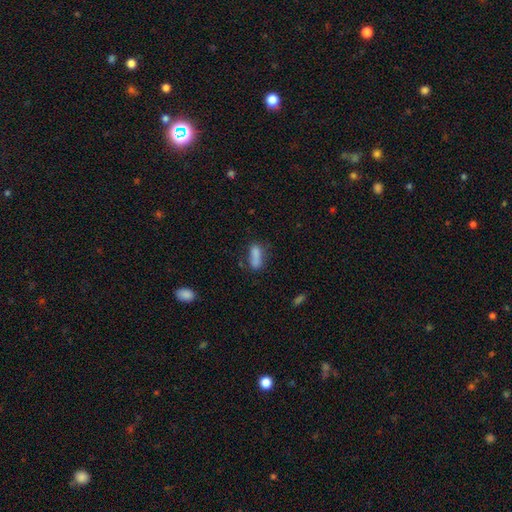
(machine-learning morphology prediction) smooth 78%, featured or disk 12%, star or artifact 10%. Down the decision tree: how rounded — in between (67%); merging — none (46%).